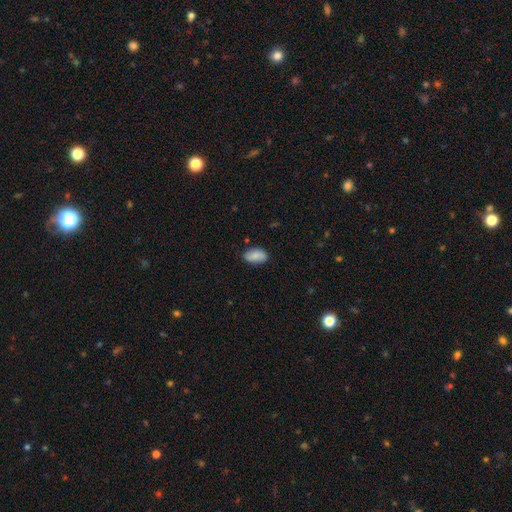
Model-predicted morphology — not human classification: smooth 79%, featured or disk 15%, star or artifact 7%. Down the decision tree: how rounded — in between (93%); merging — none (82%).